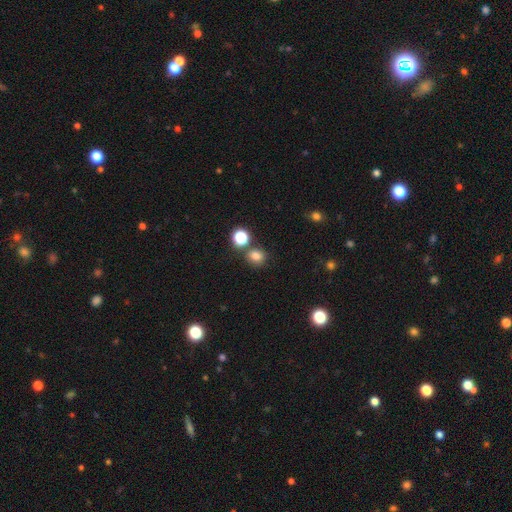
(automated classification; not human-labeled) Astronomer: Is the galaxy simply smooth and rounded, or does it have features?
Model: smooth — 79%.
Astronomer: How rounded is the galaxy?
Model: round — 79%.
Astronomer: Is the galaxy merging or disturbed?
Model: none — 75%.